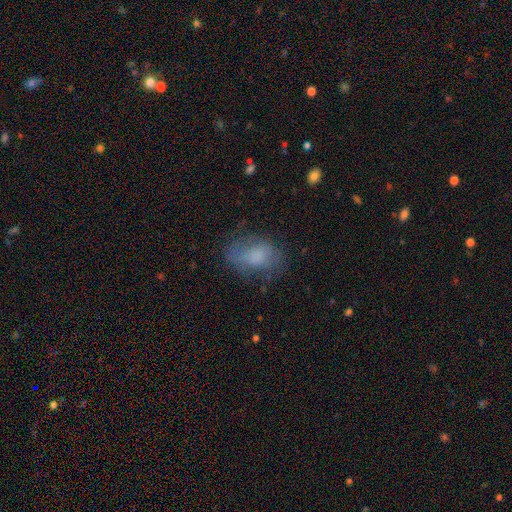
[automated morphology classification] smooth_or_featured: smooth (p=0.65) [alt: featured or disk p=0.24]
how_rounded: in between (p=0.84) [alt: round p=0.14]
merging: none (p=0.63) [alt: minor disturbance p=0.23]